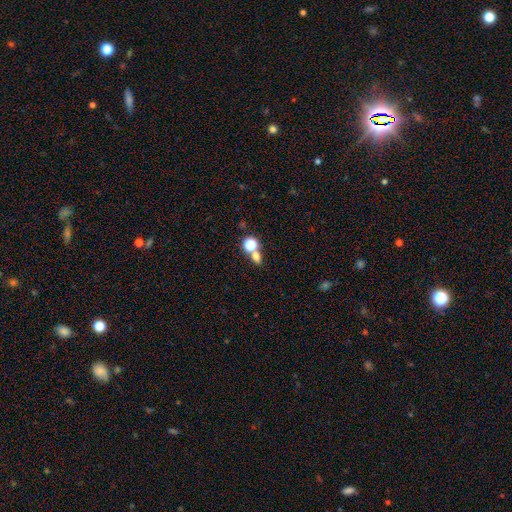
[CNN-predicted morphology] This appears to be a smooth galaxy with no disk features (68%) that is round (49%). Merging: none (48%).